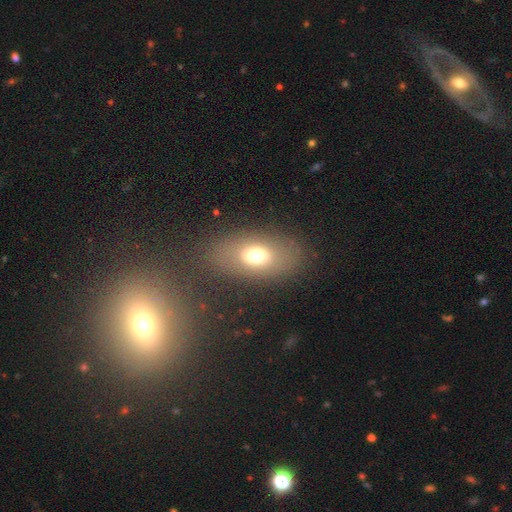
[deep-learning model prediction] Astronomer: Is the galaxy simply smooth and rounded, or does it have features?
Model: smooth — 67%.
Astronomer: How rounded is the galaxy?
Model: in between — 78%.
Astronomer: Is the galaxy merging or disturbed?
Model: none — 71%.